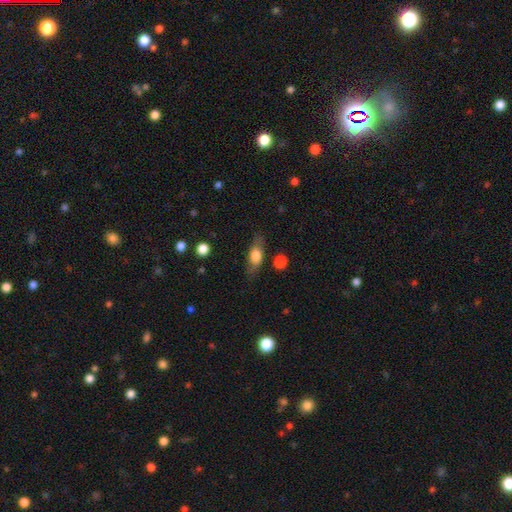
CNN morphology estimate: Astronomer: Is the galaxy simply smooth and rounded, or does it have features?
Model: smooth — 66%.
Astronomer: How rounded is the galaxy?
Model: in between — 68%.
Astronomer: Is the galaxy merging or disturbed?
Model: none — 76%.